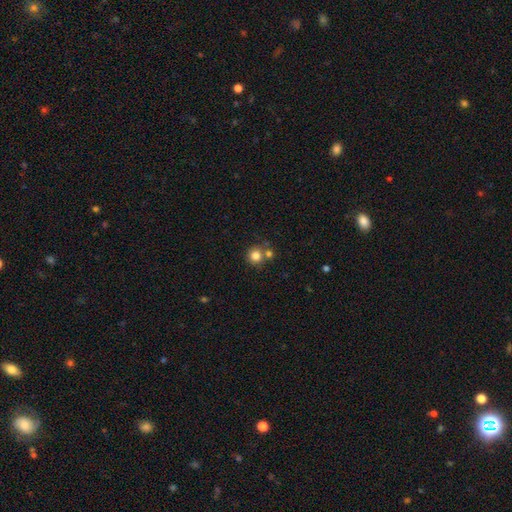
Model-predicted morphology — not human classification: This is clearly a smooth galaxy (82%). How rounded: clearly round (92%). Merging: likely none (65%).